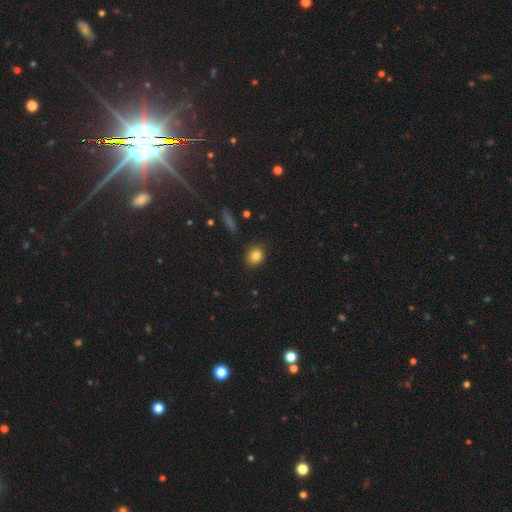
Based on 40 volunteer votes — This appears to be a smooth galaxy with no disk features (80%) that is round (62%). Merging: none (81%).